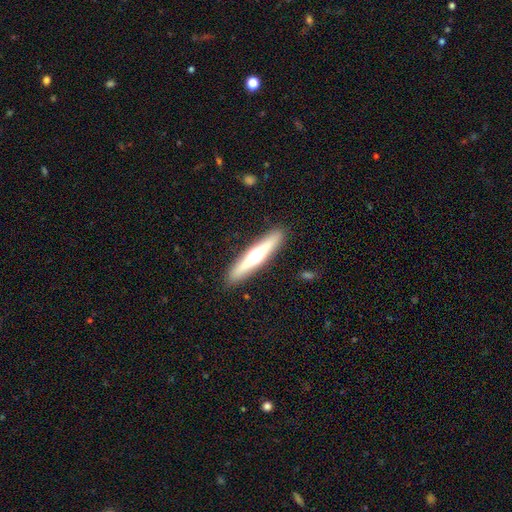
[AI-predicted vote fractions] Smooth or featured?
  - featured or disk: 54% *
  - smooth: 40%
  - star or artifact: 6%
Edge-on disk?
  - yes: 94% *
  - no: 6%
Edge-on bulge?
  - rounded: 89% *
  - none: 6%
  - boxy: 5%
Merging?
  - none: 90% *
  - minor disturbance: 7%
  - major disturbance: 2%
  - merger: 1%